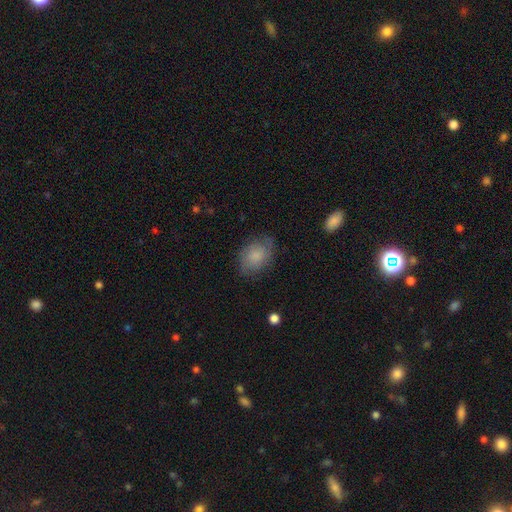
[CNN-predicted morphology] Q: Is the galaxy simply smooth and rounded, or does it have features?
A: smooth — 61%.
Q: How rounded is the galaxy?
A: in between — 74%.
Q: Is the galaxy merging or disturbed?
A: none — 70%.